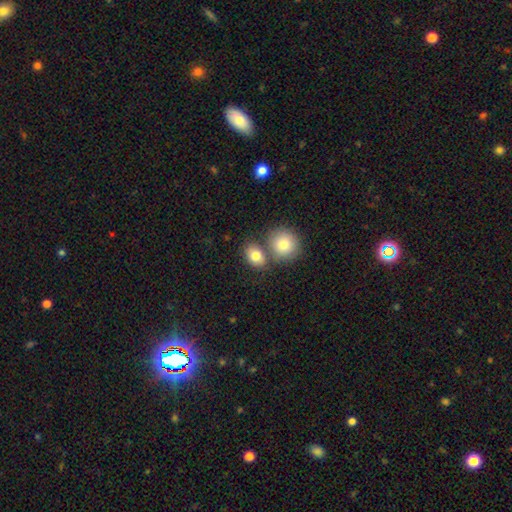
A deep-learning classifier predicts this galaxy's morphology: type=smooth (81%); roundness=in between (61%); merging=none (53%).